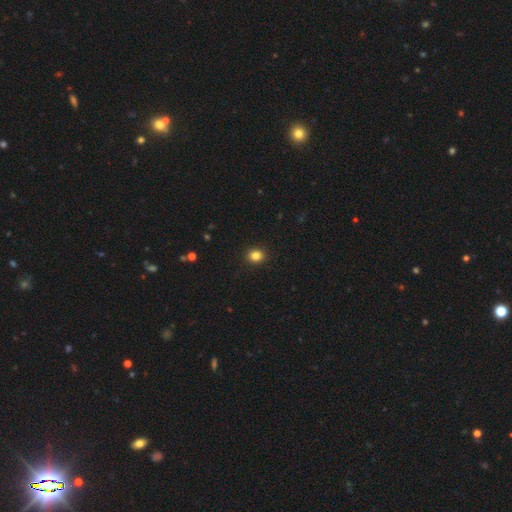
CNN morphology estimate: Q: Smooth or featured?
A: smooth (84%); runner-up: star or artifact (12%)
Q: How rounded?
A: round (75%); runner-up: in between (25%)
Q: Merging?
A: none (92%); runner-up: minor disturbance (6%)